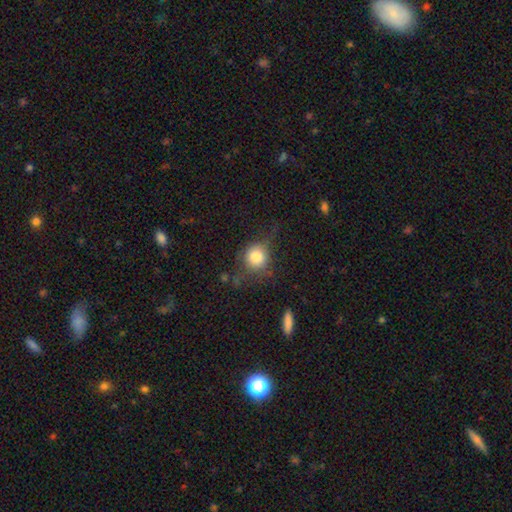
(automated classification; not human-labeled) A smooth galaxy with no disk features (78%) that is round (83%).

Vote fractions:
- Smooth or featured? smooth: 78% / featured or disk: 12% / star or artifact: 10%
- How rounded? round: 83% / in between: 16% / cigar-shaped: 1%
- Merging? none: 58% / minor disturbance: 24% / major disturbance: 15% / merger: 3%